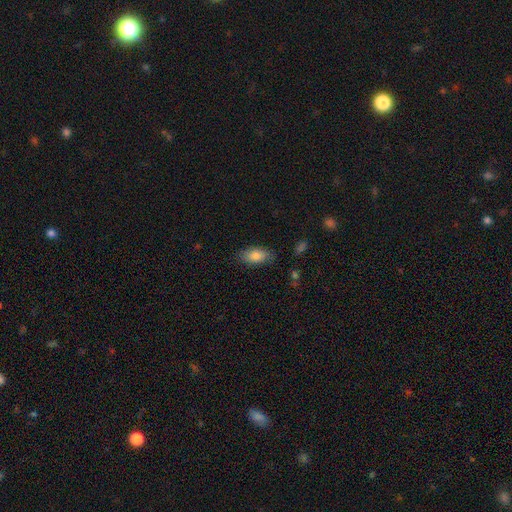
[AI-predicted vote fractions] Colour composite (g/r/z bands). It shows a smooth galaxy with no disk features (82%) that is in between round and cigar-shaped (90%). Merging: none (82%).